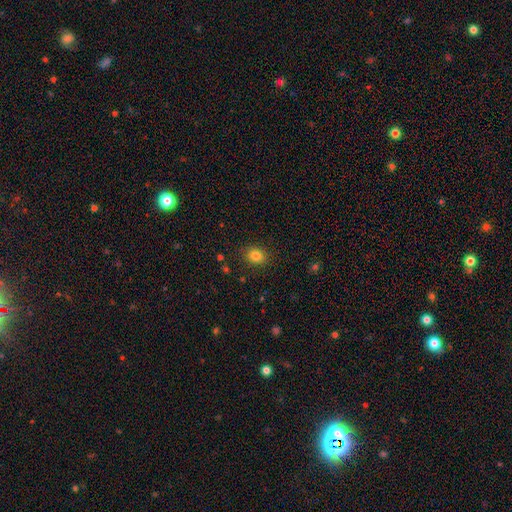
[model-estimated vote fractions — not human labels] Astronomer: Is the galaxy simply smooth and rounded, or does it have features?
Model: smooth — 82%.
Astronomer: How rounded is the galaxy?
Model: round — 60% (runner-up: in between, 39%).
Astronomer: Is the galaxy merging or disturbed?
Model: none — 88%.